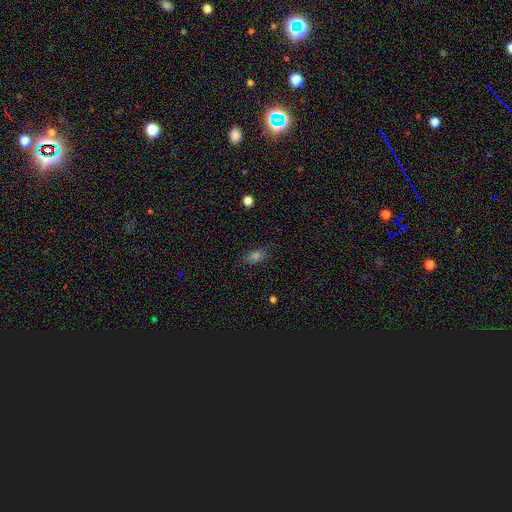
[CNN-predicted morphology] smooth-or-featured: smooth: 68% | star or artifact: 19% | featured or disk: 13%
  how-rounded: in between: 79% | round: 12% | cigar-shaped: 9%
  merging: none: 77% | minor disturbance: 17% | major disturbance: 5% | merger: 1%